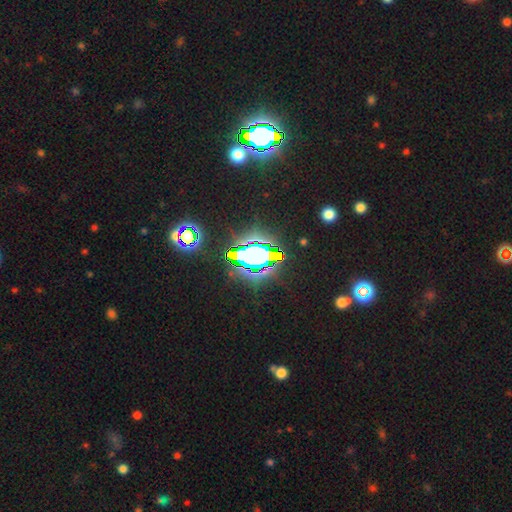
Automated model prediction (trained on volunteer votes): Morphology: type=star or artifact (69%).